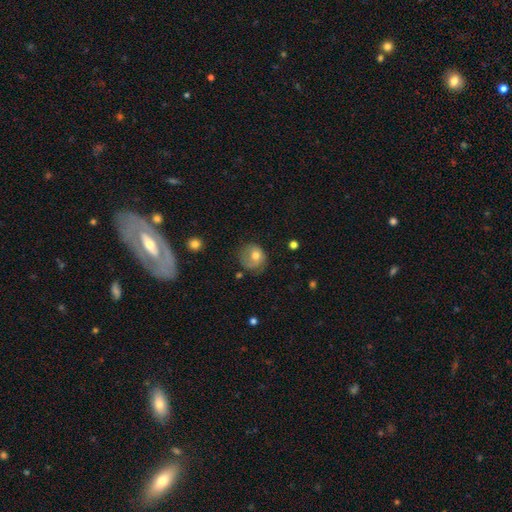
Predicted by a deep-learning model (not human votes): Morphology: type=smooth (55%); roundness=round (72%); merging=none (51%).